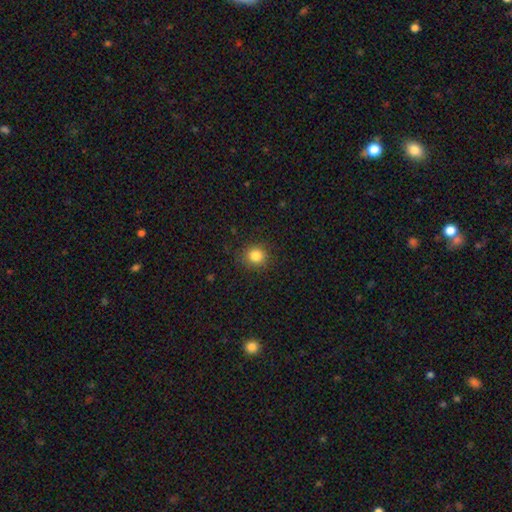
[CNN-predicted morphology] This appears to be a smooth galaxy with no disk features (84%) that is round (86%). Merging: none (88%).